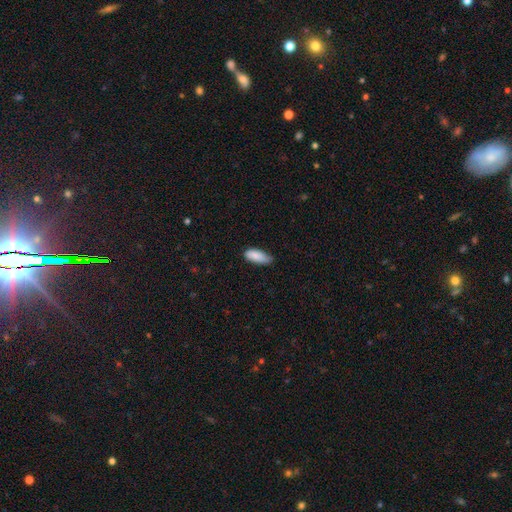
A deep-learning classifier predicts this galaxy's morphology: smooth-or-featured: smooth: 87% | featured or disk: 7% | star or artifact: 6%
  how-rounded: in between: 78% | cigar-shaped: 20% | round: 2%
  merging: none: 63% | minor disturbance: 31% | major disturbance: 4% | merger: 2%